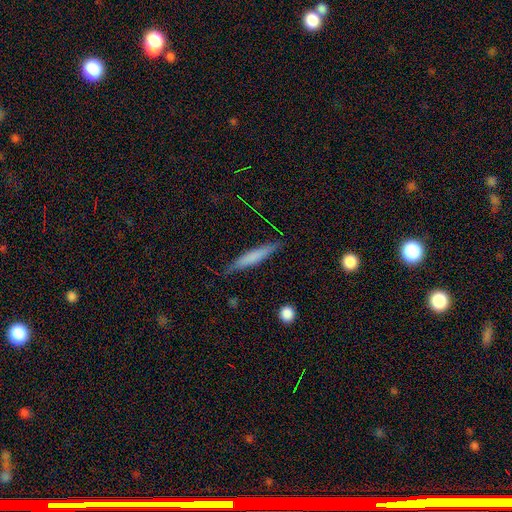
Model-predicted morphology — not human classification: A smooth galaxy with no disk features (67%) that is cigar-shaped (91%). Merging: none (81%).